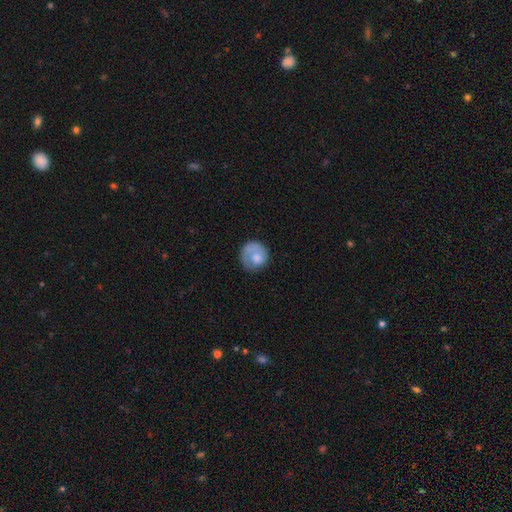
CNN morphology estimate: type=smooth (65%); roundness=round (83%); merging=none (56%).